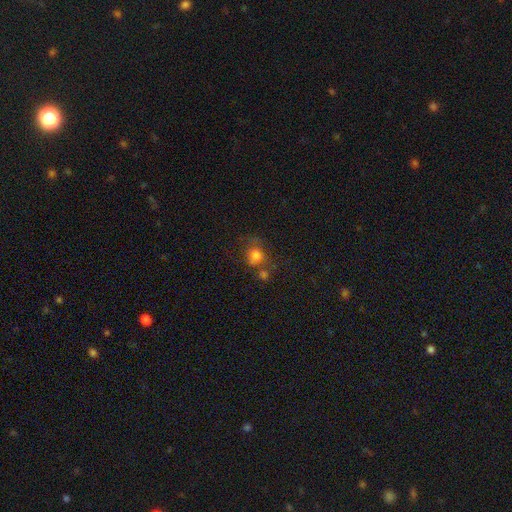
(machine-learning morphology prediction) Overall: smooth (73%). How rounded: round (72%). Merging: none (46%; merger 22%).